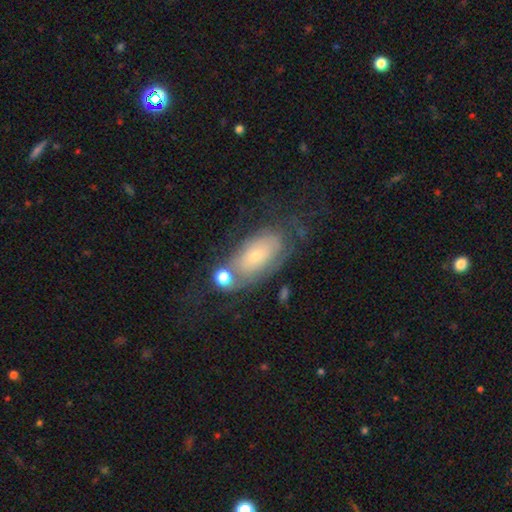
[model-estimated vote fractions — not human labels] This appears to be a featured or disk galaxy (51%). Merging: none (46%).